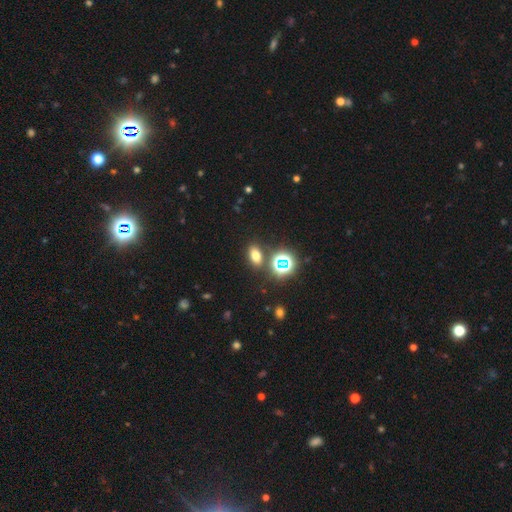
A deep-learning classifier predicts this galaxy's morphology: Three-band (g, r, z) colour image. It shows a smooth galaxy with no disk features (63%) that is in between round and cigar-shaped (74%). Merging: none (82%).